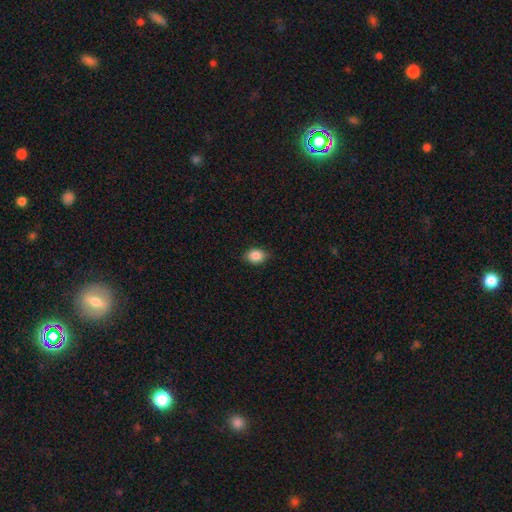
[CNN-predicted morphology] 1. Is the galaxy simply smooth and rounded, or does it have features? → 86% smooth, 9% star or artifact, 5% featured or disk.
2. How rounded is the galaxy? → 64% in between, 35% round, 1% cigar-shaped.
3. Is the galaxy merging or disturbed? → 84% none, 13% minor disturbance, 2% major disturbance, 1% merger.